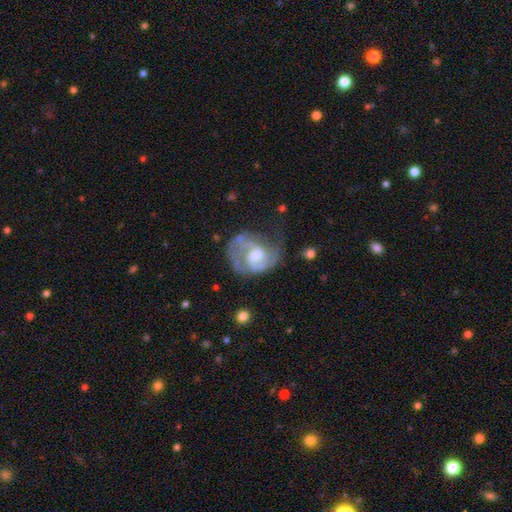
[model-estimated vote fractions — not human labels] Morphology: type=featured or disk (81%); edge-on=no (98%); bar=no (50%); spiral arms=yes (91%); winding=medium (48%); arm count=2 (68%); bulge=moderate (64%); merging=none (46%).